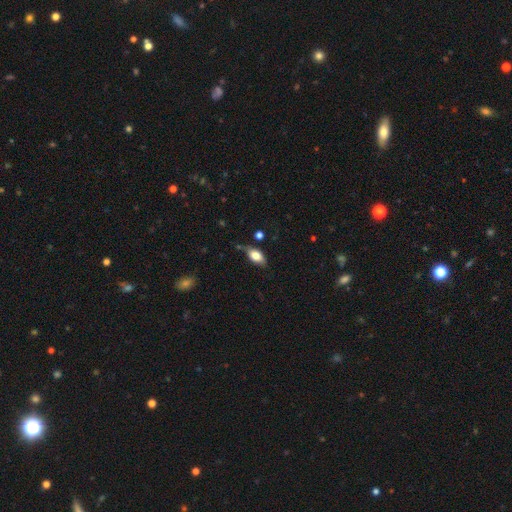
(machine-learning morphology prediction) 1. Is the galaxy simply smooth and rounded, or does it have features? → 75% smooth, 17% featured or disk, 7% star or artifact.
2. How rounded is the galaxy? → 89% in between, 6% round, 6% cigar-shaped.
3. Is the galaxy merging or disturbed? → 63% none, 26% minor disturbance, 6% major disturbance, 5% merger.